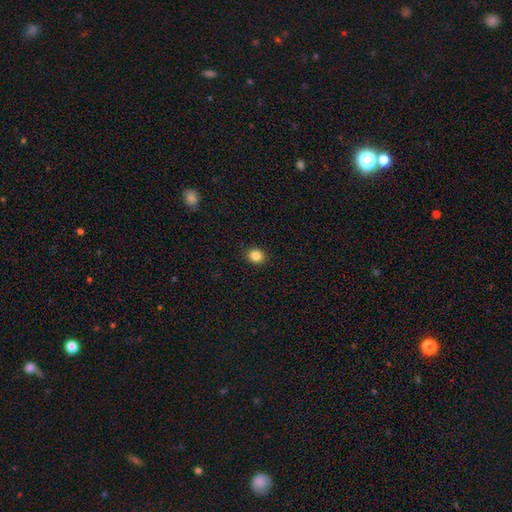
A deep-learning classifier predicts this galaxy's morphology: A smooth galaxy with no disk features (85%) that is round (77%).

Vote fractions:
- Smooth or featured? smooth: 85% / star or artifact: 11% / featured or disk: 4%
- How rounded? round: 77% / in between: 23% / cigar-shaped: 1%
- Merging? none: 91% / minor disturbance: 6% / major disturbance: 2% / merger: 1%